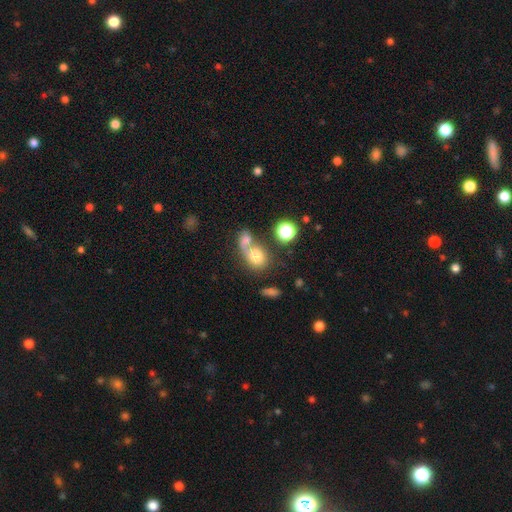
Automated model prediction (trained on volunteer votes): Smooth or featured? Predicted: smooth (p=0.71). How rounded? Predicted: round (p=0.58). Merging? Predicted: merger (p=0.56).